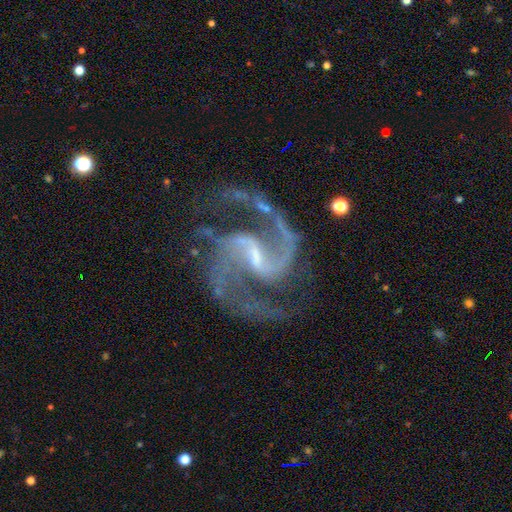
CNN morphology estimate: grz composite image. It shows a featured or disk galaxy (94%) with a weak bar (56%), 2 (89%) medium (54%) spiral arms (99%) and a small central bulge (54%). Merging: none (65%).